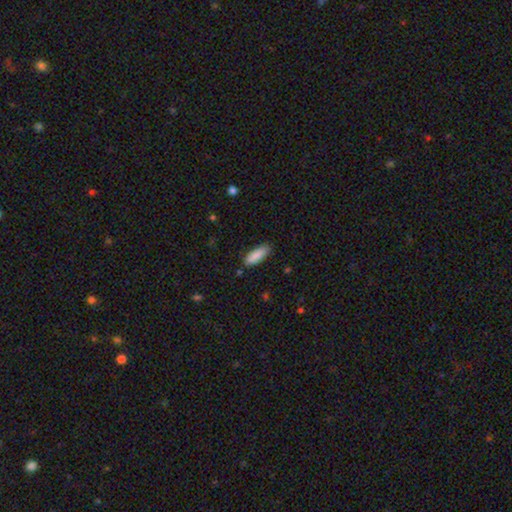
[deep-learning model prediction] Smooth or featured? smooth (89%)
How rounded? in between (65%)
Merging? none (82%)